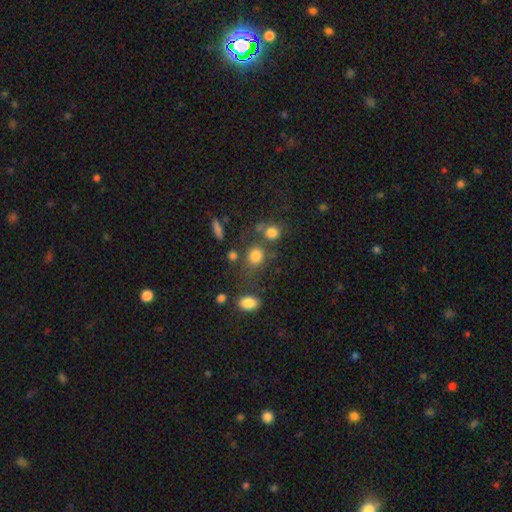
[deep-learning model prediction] This is likely a smooth galaxy (79%). How rounded: likely round (69%). Merging: possibly none (60%).